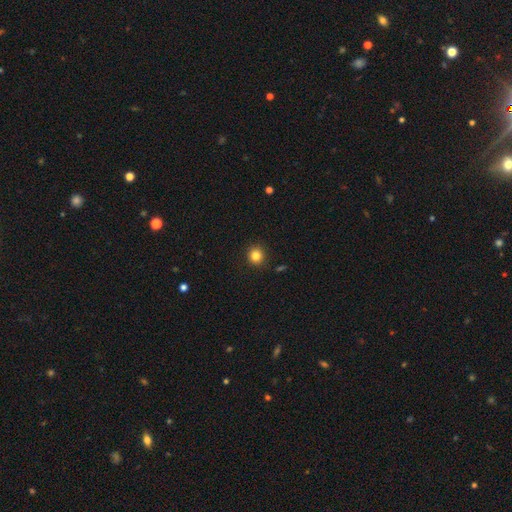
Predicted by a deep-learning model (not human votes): smooth-or-featured: smooth: 83% | star or artifact: 12% | featured or disk: 5%
  how-rounded: round: 91% | in between: 8% | cigar-shaped: 1%
  merging: none: 91% | minor disturbance: 6% | major disturbance: 2% | merger: 1%